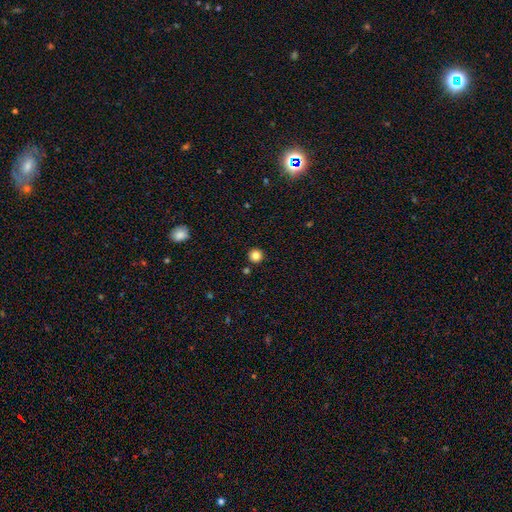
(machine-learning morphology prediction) smooth-or-featured: smooth: 83% | star or artifact: 12% | featured or disk: 5%
  how-rounded: round: 96% | in between: 3% | cigar-shaped: 1%
  merging: none: 91% | minor disturbance: 5% | merger: 3% | major disturbance: 2%